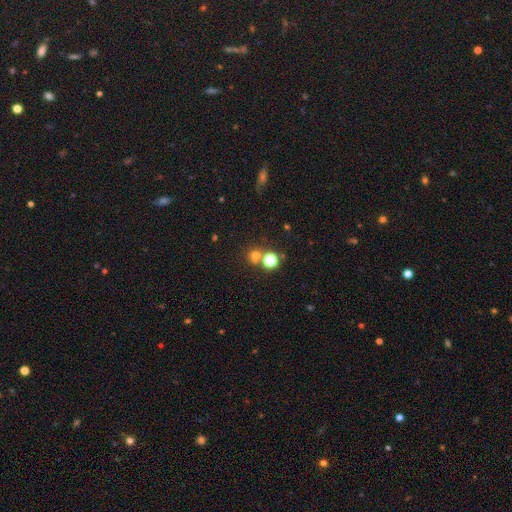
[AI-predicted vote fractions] Morphology: type=smooth (62%); roundness=round (88%); merging=none (65%).